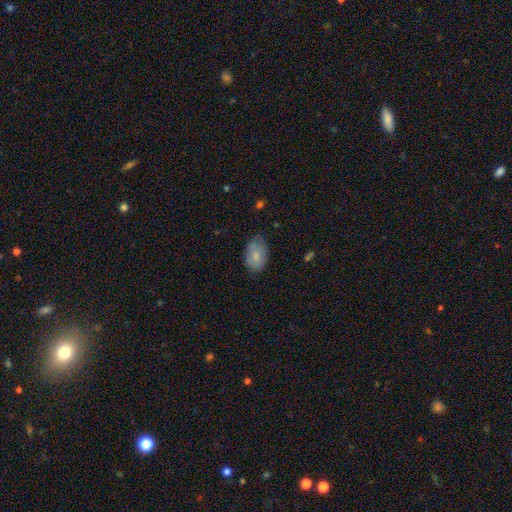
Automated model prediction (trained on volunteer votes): smooth 78%, featured or disk 15%, star or artifact 7%. Down the decision tree: how rounded — in between (86%); merging — none (67%).